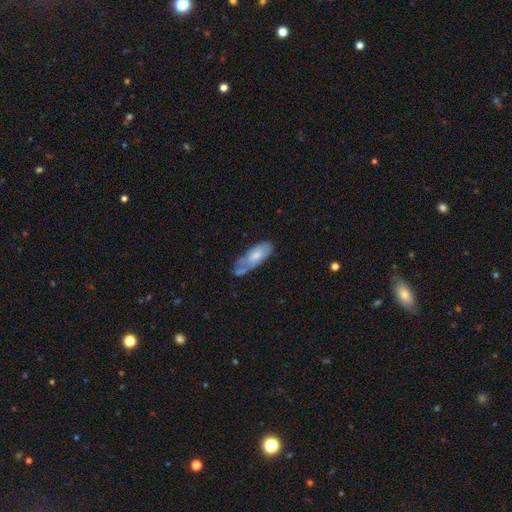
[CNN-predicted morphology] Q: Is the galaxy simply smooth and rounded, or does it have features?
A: smooth — 61%.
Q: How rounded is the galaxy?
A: in between — 75%.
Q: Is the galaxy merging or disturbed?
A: none — 41%.